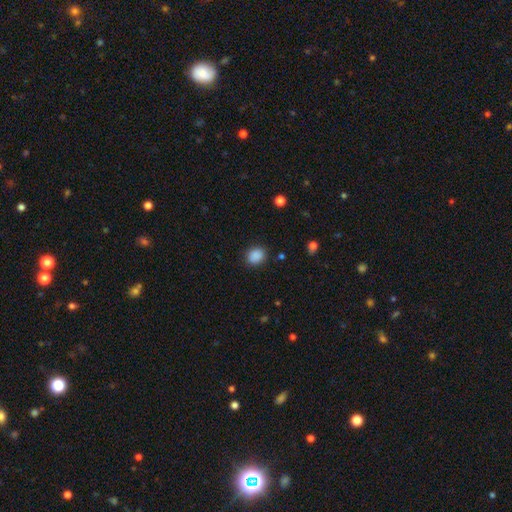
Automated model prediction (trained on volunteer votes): Morphology: type=smooth (88%); roundness=round (54%); merging=none (85%).